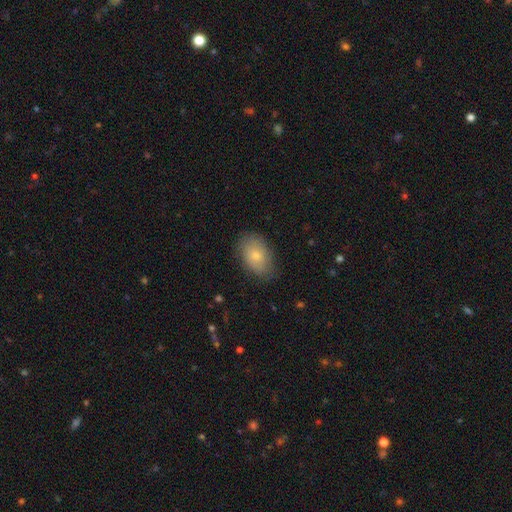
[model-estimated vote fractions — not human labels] This appears to be a smooth galaxy with no disk features (70%) that is in between round and cigar-shaped (87%). Merging: none (75%).